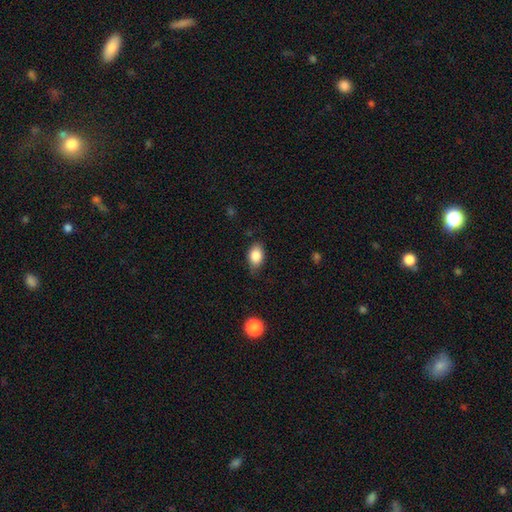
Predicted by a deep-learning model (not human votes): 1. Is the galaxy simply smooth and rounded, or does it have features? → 86% smooth, 8% star or artifact, 6% featured or disk.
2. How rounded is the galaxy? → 86% in between, 12% round, 2% cigar-shaped.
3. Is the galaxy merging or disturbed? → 76% none, 20% minor disturbance, 4% major disturbance, 1% merger.